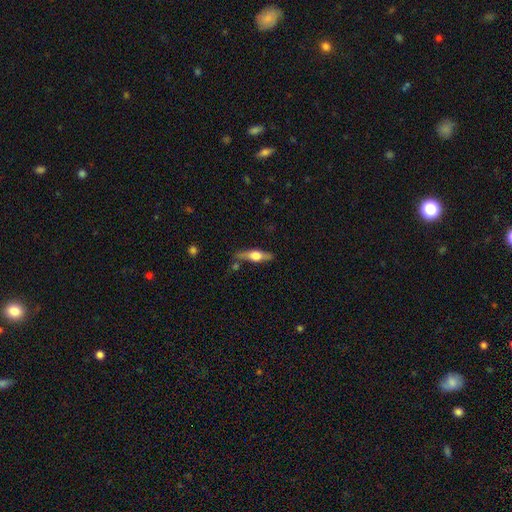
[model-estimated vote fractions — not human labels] featured or disk 61%, smooth 33%, star or artifact 6%. Down the decision tree: edge-on disk — yes (94%); edge-on bulge — rounded (93%); merging — none (76%).